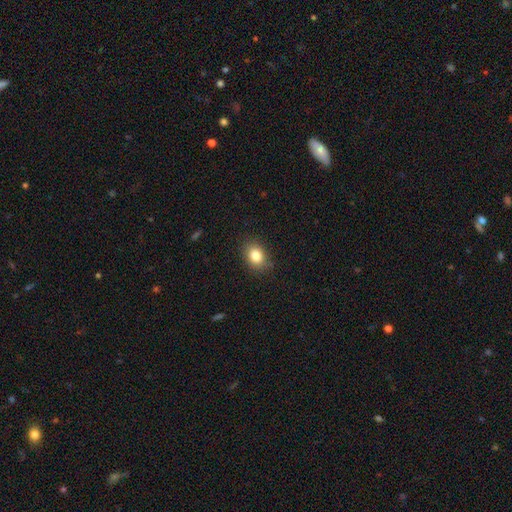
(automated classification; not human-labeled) smooth 83%, star or artifact 10%, featured or disk 7%. Down the decision tree: how rounded — in between (63%); merging — none (86%).